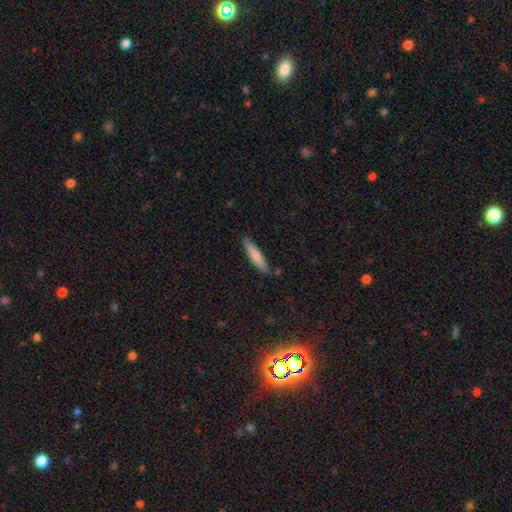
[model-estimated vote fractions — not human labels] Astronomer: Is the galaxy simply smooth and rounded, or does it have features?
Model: smooth — 80%.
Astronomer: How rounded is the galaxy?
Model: cigar-shaped — 84%.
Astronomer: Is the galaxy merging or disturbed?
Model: none — 84%.